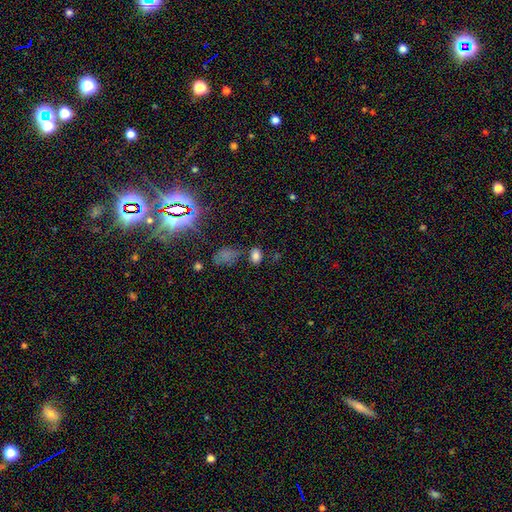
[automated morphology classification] type=smooth (76%); roundness=in between (85%); merging=none (71%).